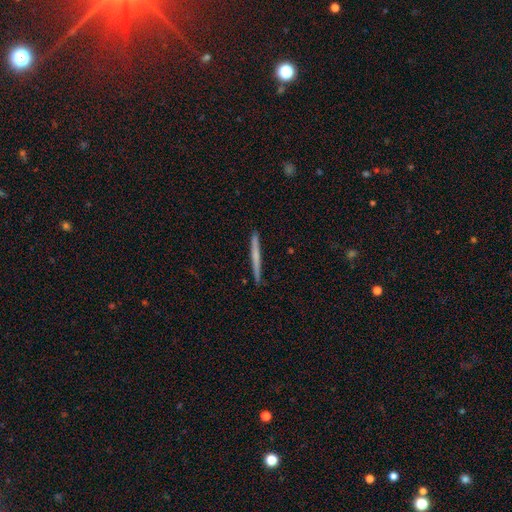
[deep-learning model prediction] Overall: smooth (49%; featured or disk 45%). Merging: none (91%).